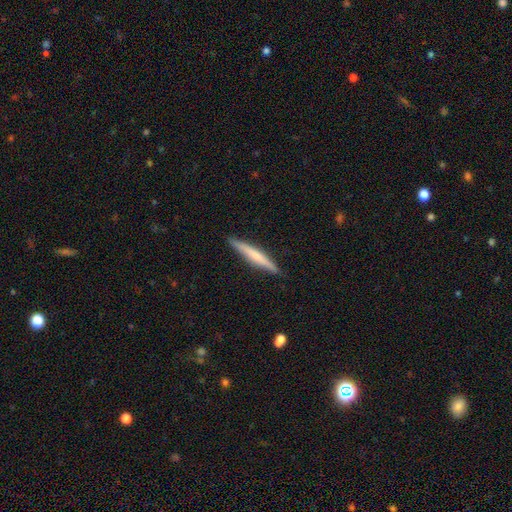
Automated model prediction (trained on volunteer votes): Smooth or featured: smooth — 50% (featured or disk — 44%)
How rounded: cigar-shaped — 95% (in between — 4%)
Merging: none — 90% (minor disturbance — 8%)